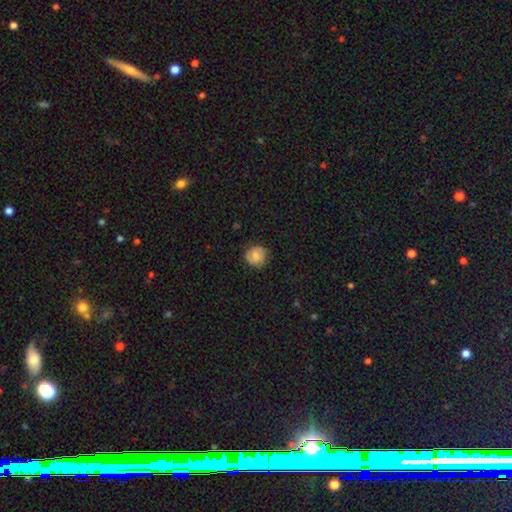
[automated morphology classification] Smooth or featured? Predicted: smooth (p=0.73). How rounded? Predicted: round (p=0.89). Merging? Predicted: none (p=0.79).